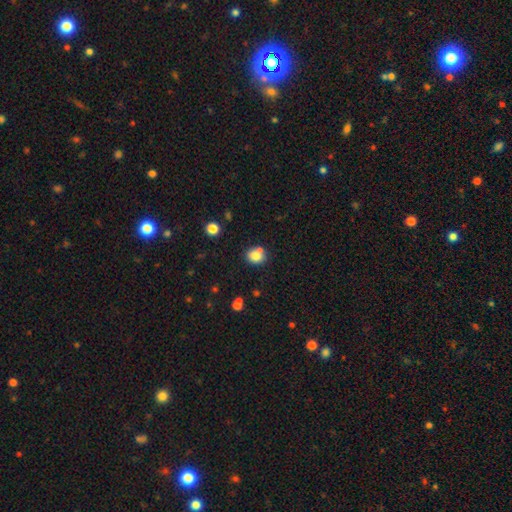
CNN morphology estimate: A smooth galaxy with no disk features (81%) that is round (75%).

Vote fractions:
- Smooth or featured? smooth: 81% / star or artifact: 11% / featured or disk: 8%
- How rounded? round: 75% / in between: 24% / cigar-shaped: 1%
- Merging? none: 66% / merger: 19% / minor disturbance: 12% / major disturbance: 3%